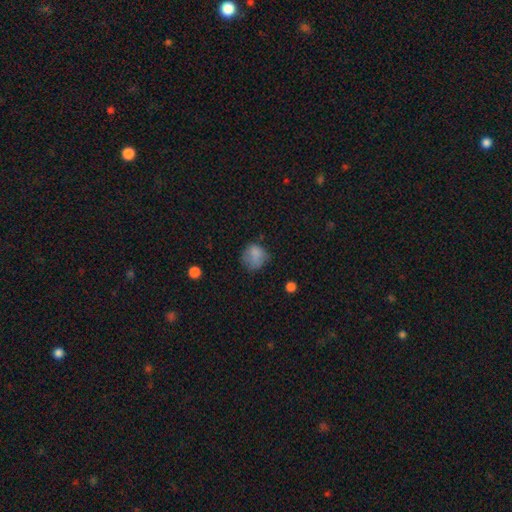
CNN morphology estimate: This appears to be a smooth galaxy with no disk features (78%) that is round (73%). Merging: none (56%).